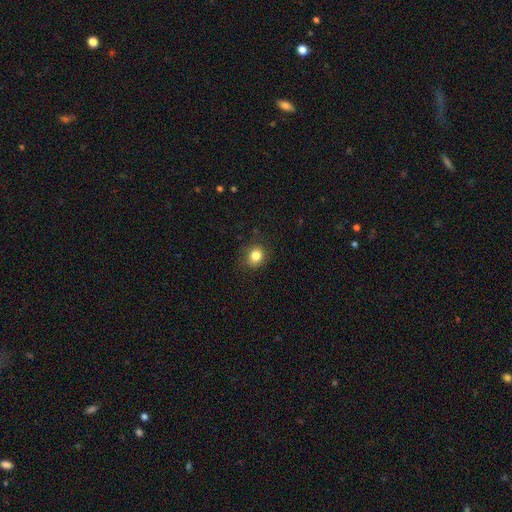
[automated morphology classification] smooth 84%, star or artifact 11%, featured or disk 6%. Down the decision tree: how rounded — round (75%); merging — none (84%).